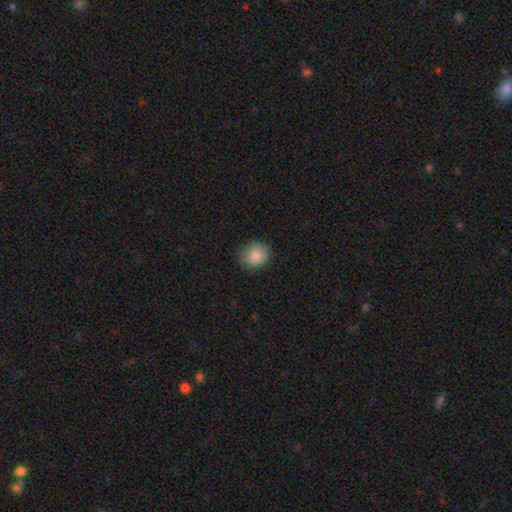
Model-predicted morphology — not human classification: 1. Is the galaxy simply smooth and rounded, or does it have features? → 86% smooth, 8% star or artifact, 6% featured or disk.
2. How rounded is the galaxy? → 81% round, 18% in between, 1% cigar-shaped.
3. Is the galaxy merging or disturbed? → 81% none, 15% minor disturbance, 3% major disturbance, 1% merger.